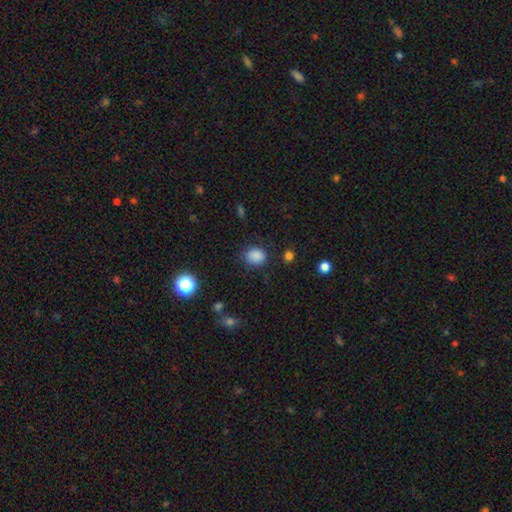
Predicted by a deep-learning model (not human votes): smooth-or-featured: smooth: 86% | star or artifact: 11% | featured or disk: 4%
  how-rounded: round: 53% | in between: 46% | cigar-shaped: 1%
  merging: none: 78% | minor disturbance: 16% | major disturbance: 4% | merger: 2%